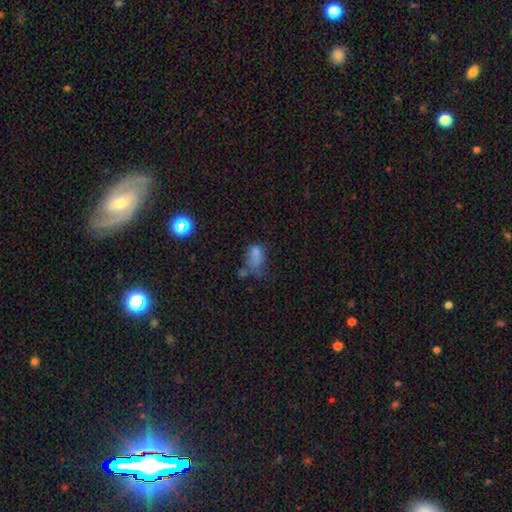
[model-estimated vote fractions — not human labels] Smooth or featured?
  - smooth: 72% *
  - star or artifact: 16%
  - featured or disk: 12%
How rounded?
  - in between: 86% *
  - round: 11%
  - cigar-shaped: 3%
Merging?
  - major disturbance: 32% *
  - minor disturbance: 27%
  - none: 27%
  - merger: 14%